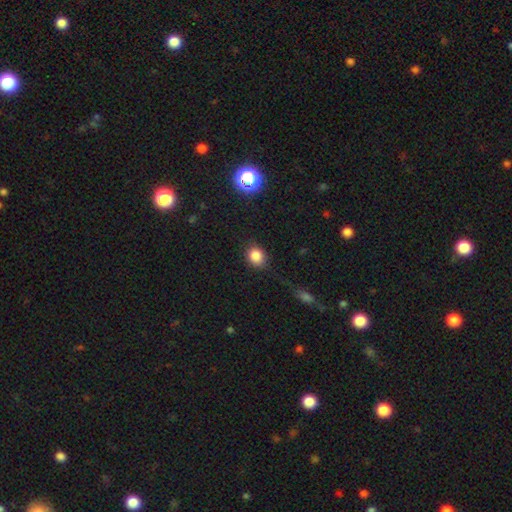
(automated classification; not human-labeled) Smooth or featured?
  - smooth: 82% *
  - star or artifact: 12%
  - featured or disk: 5%
How rounded?
  - round: 64% *
  - in between: 34%
  - cigar-shaped: 1%
Merging?
  - none: 80% *
  - minor disturbance: 14%
  - major disturbance: 4%
  - merger: 2%